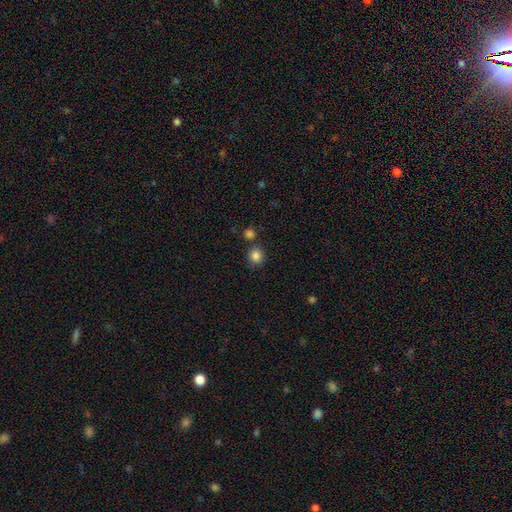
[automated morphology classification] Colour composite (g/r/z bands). It shows a smooth galaxy with no disk features (84%) that is round (86%). Merging: none (78%).